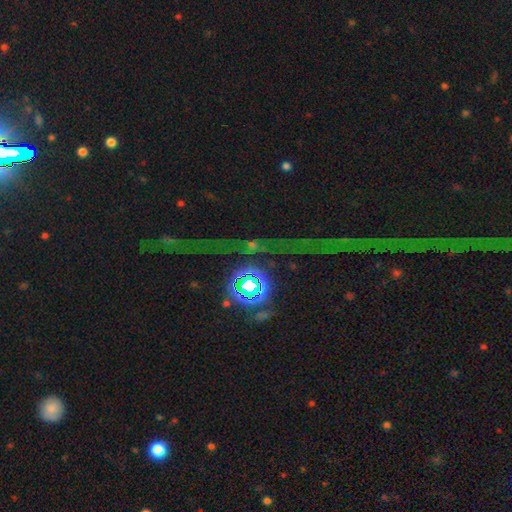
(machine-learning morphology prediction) smooth_or_featured: star or artifact (p=0.85) [alt: featured or disk p=0.08]